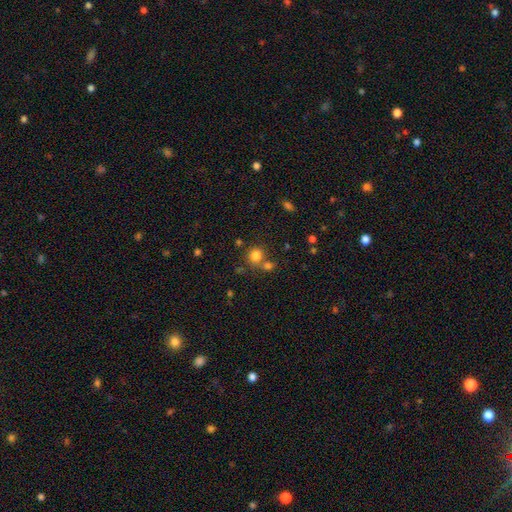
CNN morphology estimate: This is clearly a smooth galaxy (81%). How rounded: clearly round (83%). Merging: likely none (62%).